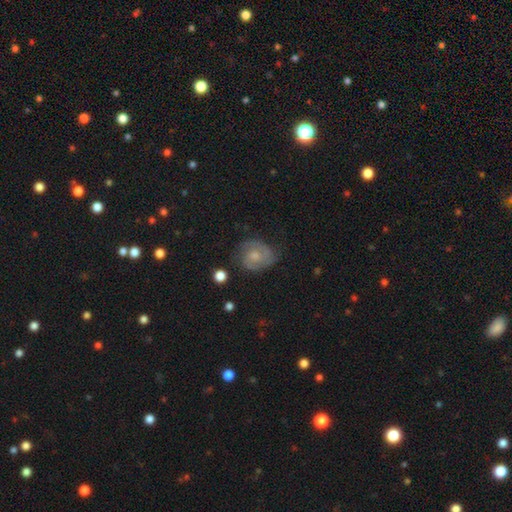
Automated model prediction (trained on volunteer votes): Overall: featured or disk (67%). Edge-on disk: no (97%). Bar: no (67%; weak 29%). Spiral arms: yes (90%). Spiral arm count: 2 (71%). Spiral winding: tight (48%; medium 41%). Bulge size: moderate (49%; small 39%). Merging: none (68%).